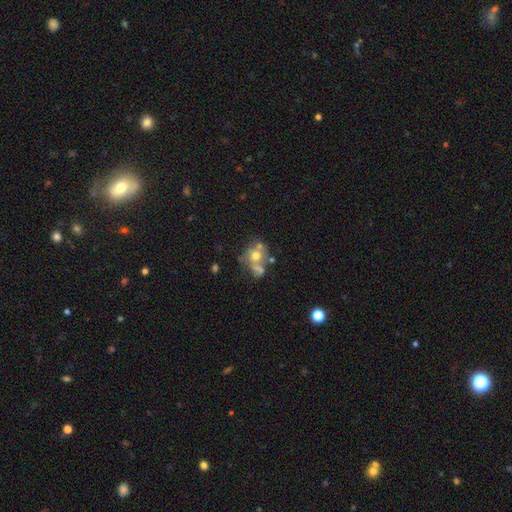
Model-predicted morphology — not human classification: This is marginally a smooth galaxy (45%). Merging: marginally merger (36%).